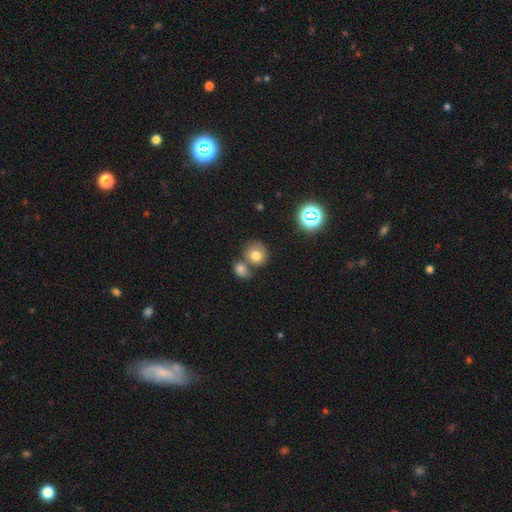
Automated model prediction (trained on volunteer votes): Overall: smooth (76%). How rounded: round (78%). Merging: none (52%; merger 33%).